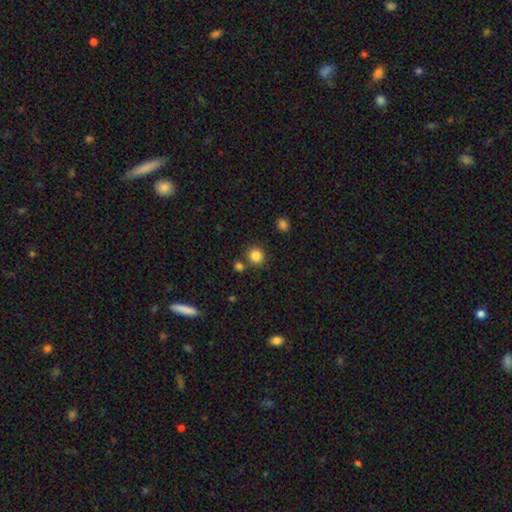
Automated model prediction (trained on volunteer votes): A smooth galaxy with no disk features (84%) that is round (92%). Merging: none (79%).